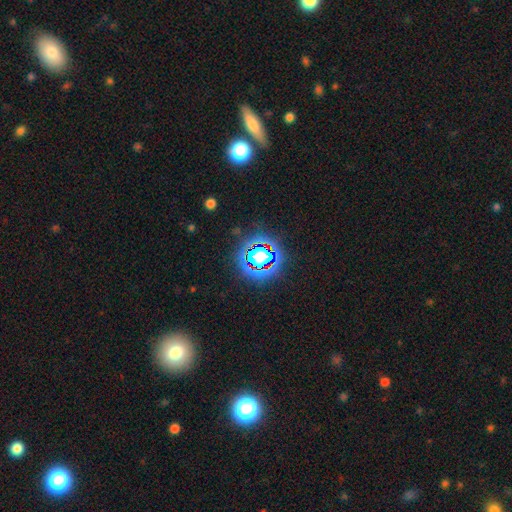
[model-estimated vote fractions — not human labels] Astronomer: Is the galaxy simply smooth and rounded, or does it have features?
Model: star or artifact — 69%.